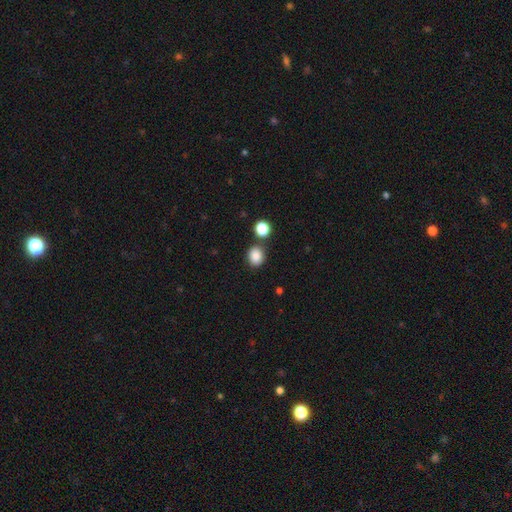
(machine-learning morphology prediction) Overall: smooth (86%). How rounded: round (66%; in between 33%). Merging: none (77%).